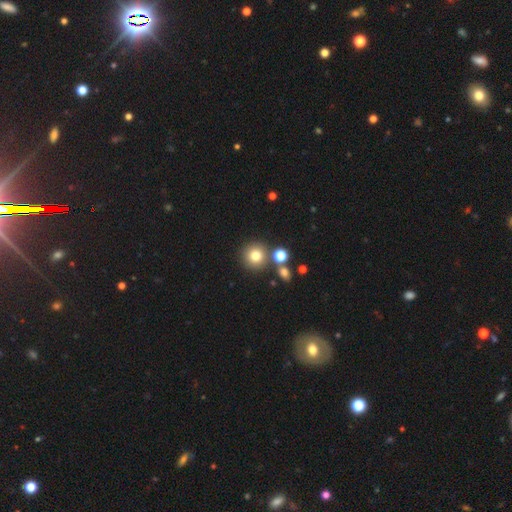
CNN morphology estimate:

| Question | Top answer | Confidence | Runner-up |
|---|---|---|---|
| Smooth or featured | smooth | 78% | star or artifact (13%) |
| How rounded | round | 94% | in between (5%) |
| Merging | none | 78% | merger (11%) |